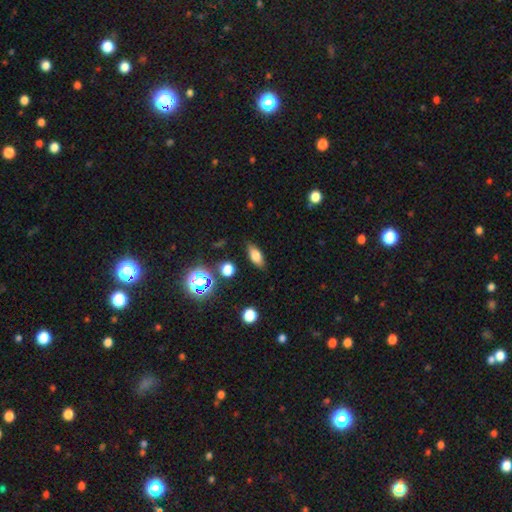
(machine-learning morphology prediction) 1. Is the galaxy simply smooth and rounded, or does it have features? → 72% smooth, 15% featured or disk, 13% star or artifact.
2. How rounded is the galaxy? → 77% in between, 16% cigar-shaped, 7% round.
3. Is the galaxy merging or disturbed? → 85% none, 11% minor disturbance, 3% major disturbance, 2% merger.